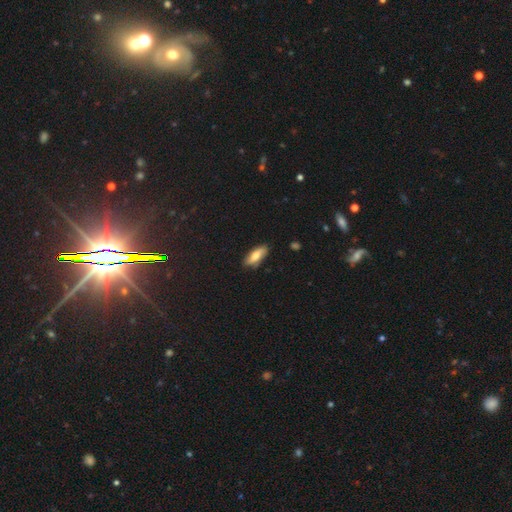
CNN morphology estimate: smooth_or_featured: smooth (p=0.68) [alt: featured or disk p=0.26]
how_rounded: in between (p=0.71) [alt: cigar-shaped p=0.26]
merging: none (p=0.81) [alt: minor disturbance p=0.15]